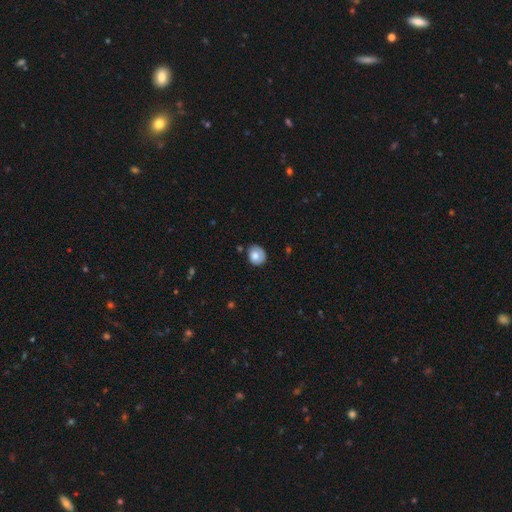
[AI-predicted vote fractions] A smooth galaxy with no disk features (70%) that is round (70%).

Vote fractions:
- Smooth or featured? smooth: 70% / featured or disk: 22% / star or artifact: 7%
- How rounded? round: 70% / in between: 29% / cigar-shaped: 1%
- Merging? none: 71% / minor disturbance: 21% / major disturbance: 5% / merger: 3%